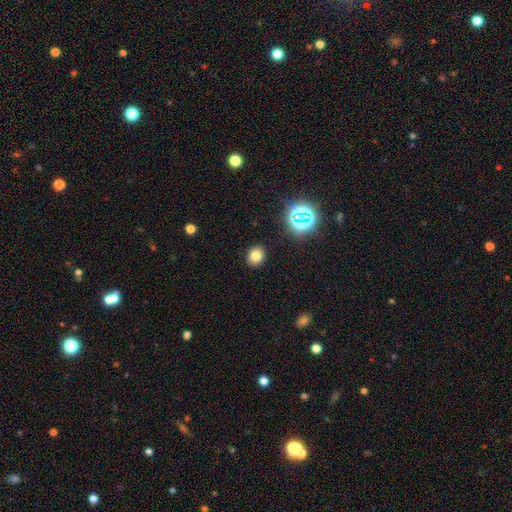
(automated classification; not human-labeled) Smooth or featured? Predicted: smooth (p=0.75). How rounded? Predicted: round (p=0.63). Merging? Predicted: none (p=0.90).